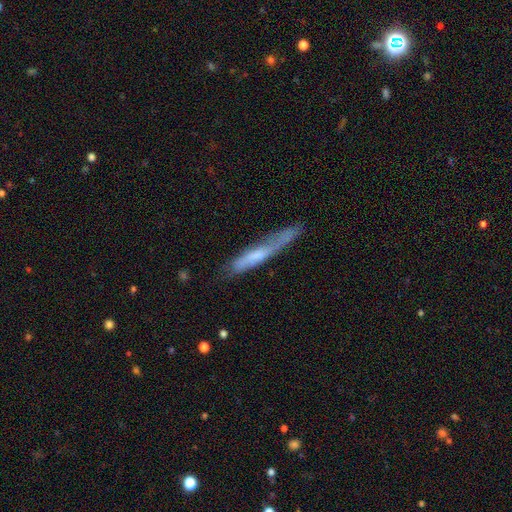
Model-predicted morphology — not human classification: Smooth or featured? smooth (50%)
How rounded? cigar-shaped (91%)
Merging? none (54%)